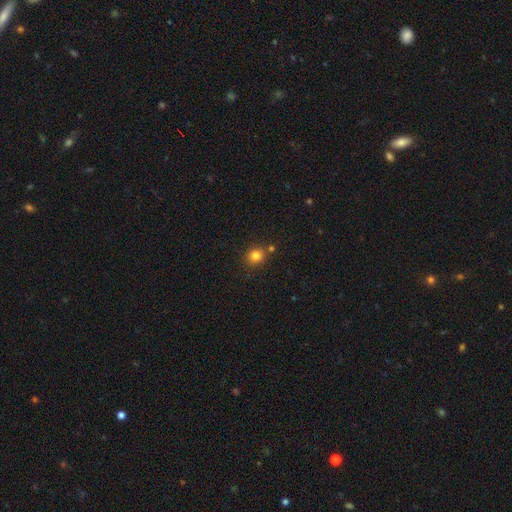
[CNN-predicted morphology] Smooth or featured?
  - smooth: 82% *
  - star or artifact: 13%
  - featured or disk: 6%
How rounded?
  - round: 84% *
  - in between: 15%
  - cigar-shaped: 1%
Merging?
  - none: 78% *
  - merger: 10%
  - minor disturbance: 9%
  - major disturbance: 2%